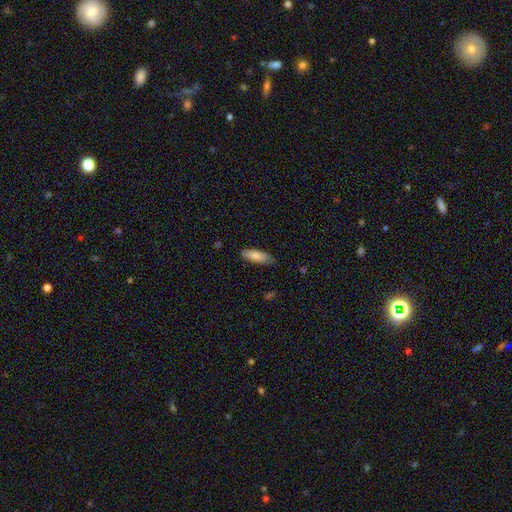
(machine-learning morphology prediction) A smooth galaxy with no disk features (81%) that is in between round and cigar-shaped (62%).

Vote fractions:
- Smooth or featured? smooth: 81% / featured or disk: 13% / star or artifact: 6%
- How rounded? in between: 62% / cigar-shaped: 36% / round: 2%
- Merging? none: 83% / minor disturbance: 14% / major disturbance: 2% / merger: 1%